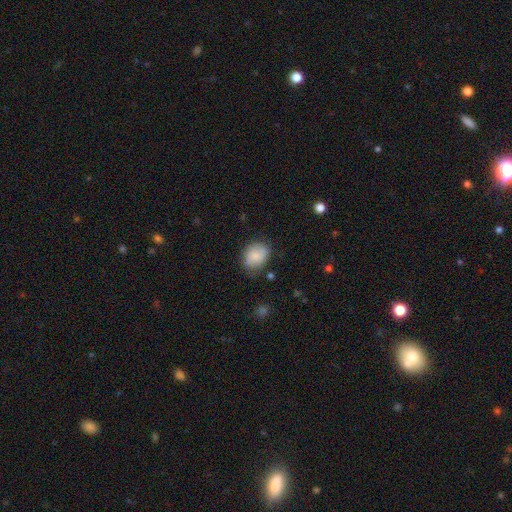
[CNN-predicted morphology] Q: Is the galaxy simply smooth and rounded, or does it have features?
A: smooth — 79%.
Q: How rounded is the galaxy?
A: in between — 50%.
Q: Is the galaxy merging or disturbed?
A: none — 71%.